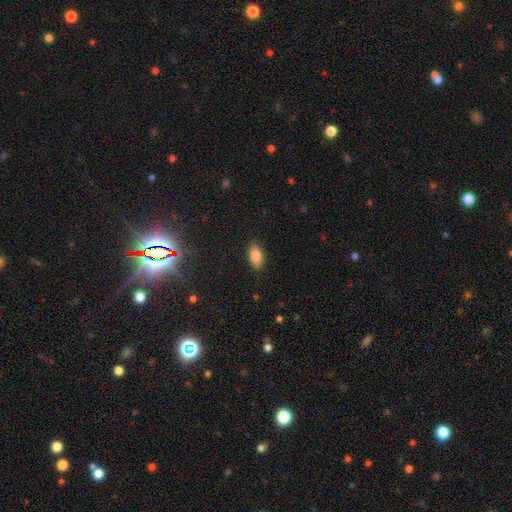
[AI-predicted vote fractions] Morphology: type=smooth (85%); roundness=in between (92%); merging=none (87%).